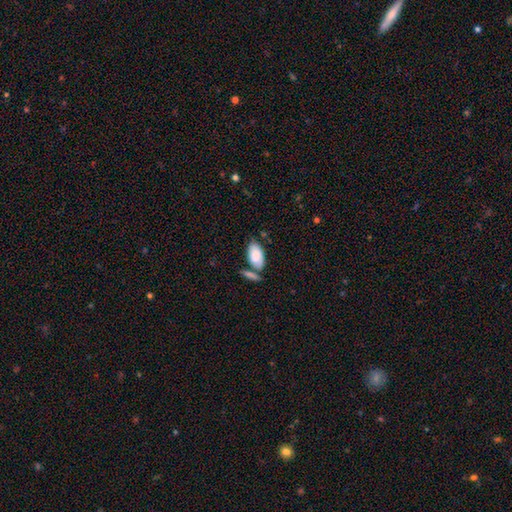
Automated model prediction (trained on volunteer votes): This is clearly a smooth galaxy (83%). How rounded: clearly in between (95%). Merging: possibly none (55%).